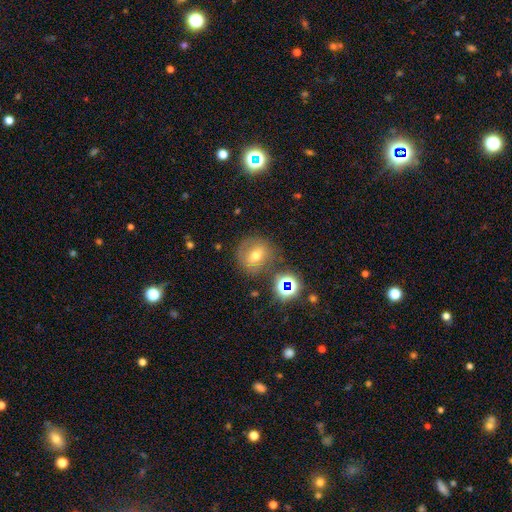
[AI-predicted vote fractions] Smooth or featured?
  - smooth: 48% *
  - featured or disk: 31%
  - star or artifact: 21%
Merging?
  - none: 70% *
  - minor disturbance: 16%
  - major disturbance: 7%
  - merger: 7%